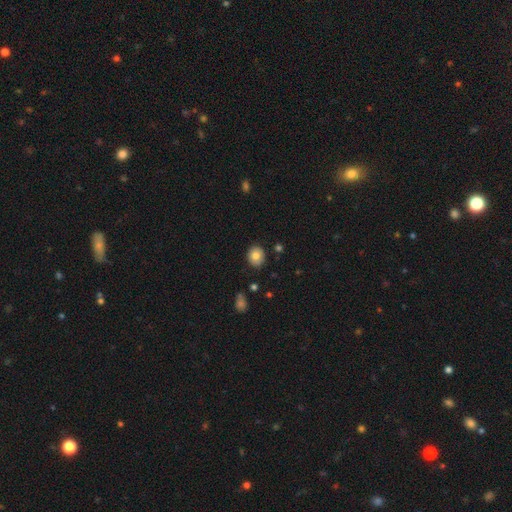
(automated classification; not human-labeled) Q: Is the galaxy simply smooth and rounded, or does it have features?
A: smooth — 82%.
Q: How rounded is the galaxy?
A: round — 69%.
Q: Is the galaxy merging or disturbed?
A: none — 85%.